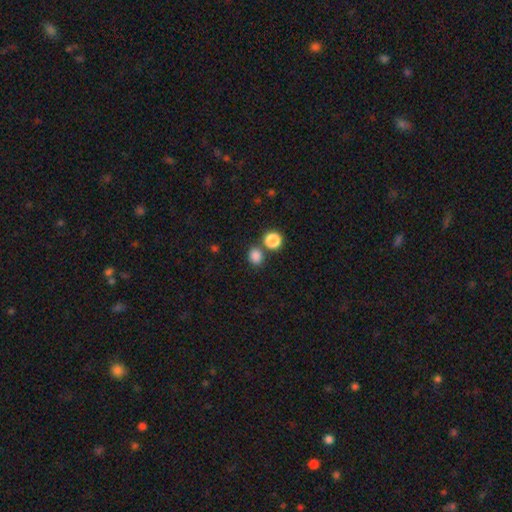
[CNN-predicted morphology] This appears to be a smooth galaxy with no disk features (84%) that is round (67%). Merging: none (70%).